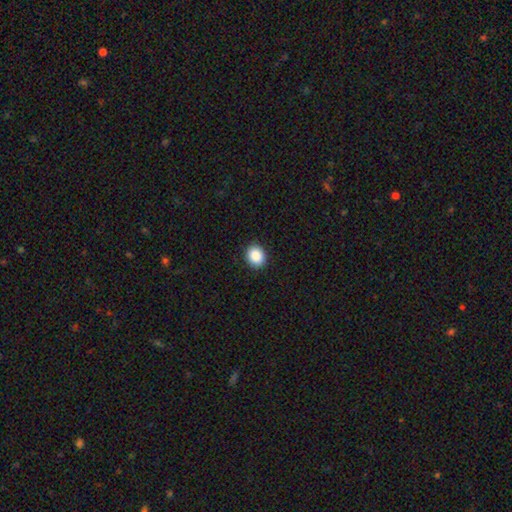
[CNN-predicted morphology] Q: Smooth or featured?
A: smooth (88%); runner-up: star or artifact (8%)
Q: How rounded?
A: round (60%); runner-up: in between (39%)
Q: Merging?
A: none (91%); runner-up: minor disturbance (7%)